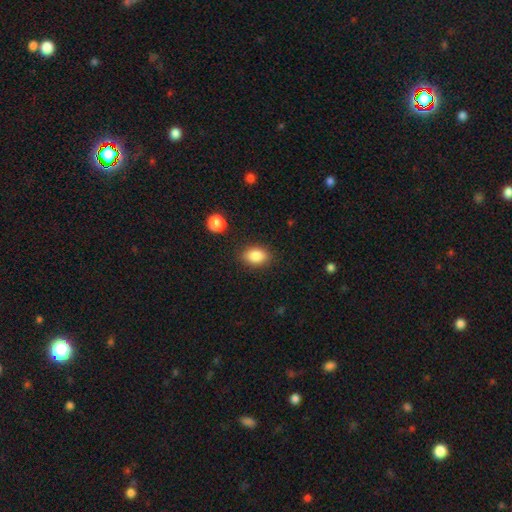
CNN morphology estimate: Smooth or featured?
  - smooth: 86% *
  - star or artifact: 8%
  - featured or disk: 5%
How rounded?
  - in between: 82% *
  - round: 16%
  - cigar-shaped: 2%
Merging?
  - none: 84% *
  - minor disturbance: 11%
  - major disturbance: 3%
  - merger: 2%